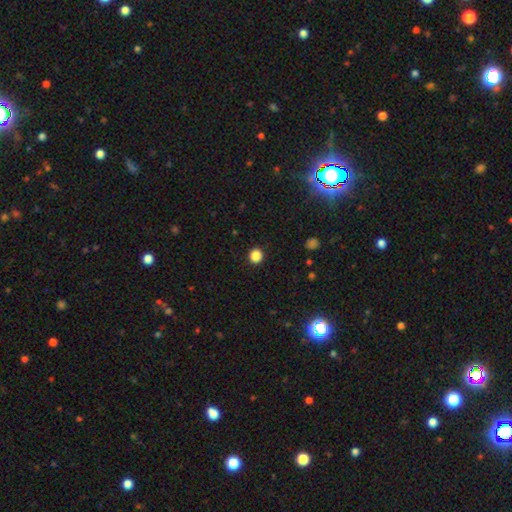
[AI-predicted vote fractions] Overall: smooth (86%). How rounded: round (89%). Merging: none (92%).